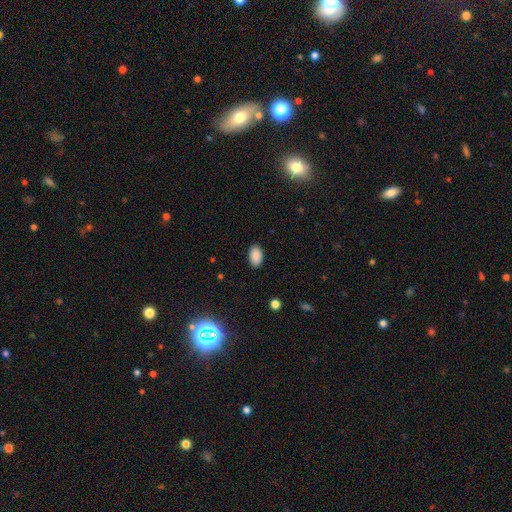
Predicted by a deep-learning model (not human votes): smooth-or-featured: smooth: 88% | star or artifact: 9% | featured or disk: 3%
  how-rounded: in between: 92% | round: 6% | cigar-shaped: 1%
  merging: none: 88% | minor disturbance: 9% | major disturbance: 2% | merger: 1%